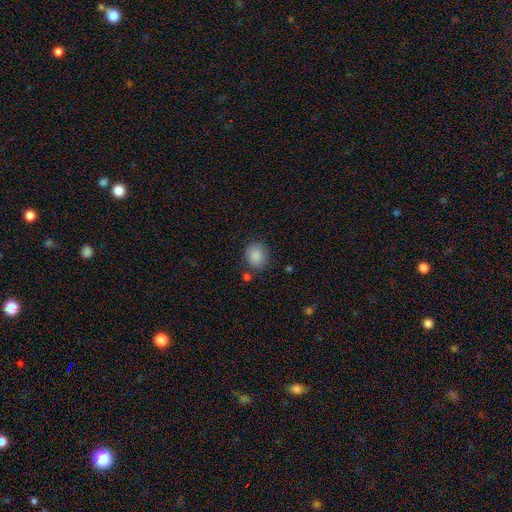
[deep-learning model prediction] Smooth or featured?
  - smooth: 88% *
  - star or artifact: 8%
  - featured or disk: 4%
How rounded?
  - round: 71% *
  - in between: 28%
  - cigar-shaped: 1%
Merging?
  - none: 79% *
  - minor disturbance: 12%
  - merger: 5%
  - major disturbance: 4%